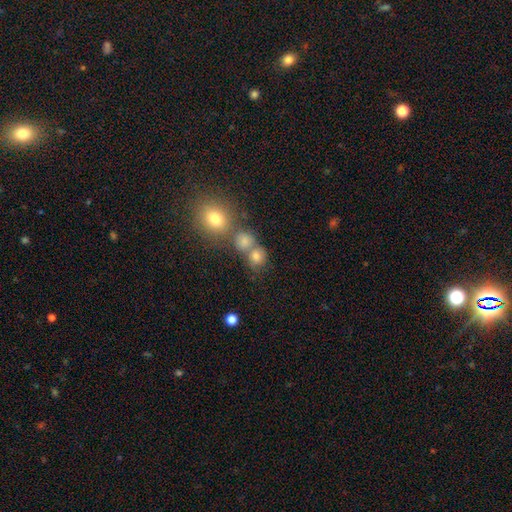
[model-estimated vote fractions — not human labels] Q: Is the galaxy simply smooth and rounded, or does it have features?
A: smooth — 60%.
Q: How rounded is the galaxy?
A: round — 81%.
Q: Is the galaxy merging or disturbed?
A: none — 53%.